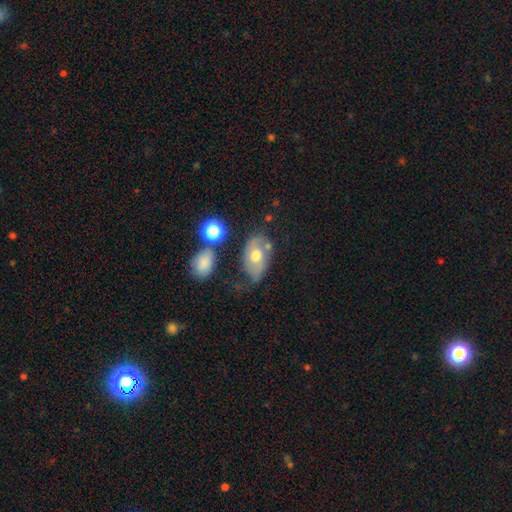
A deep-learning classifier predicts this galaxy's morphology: Smooth or featured? smooth (51%)
How rounded? in between (86%)
Merging? none (56%)